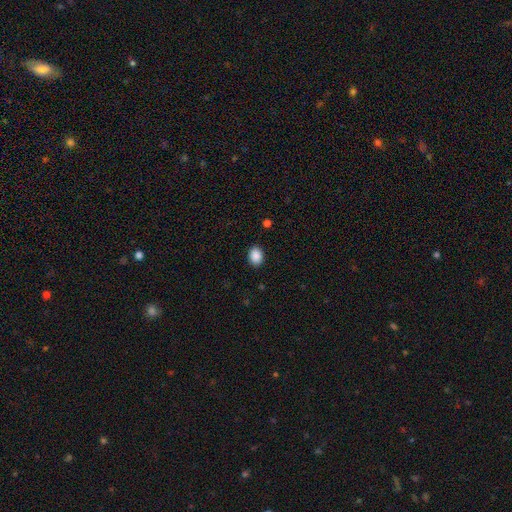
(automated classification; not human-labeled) A smooth galaxy with no disk features (89%) that is in between round and cigar-shaped (67%).

Vote fractions:
- Smooth or featured? smooth: 89% / star or artifact: 8% / featured or disk: 3%
- How rounded? in between: 67% / round: 32% / cigar-shaped: 1%
- Merging? none: 90% / minor disturbance: 7% / major disturbance: 2% / merger: 1%